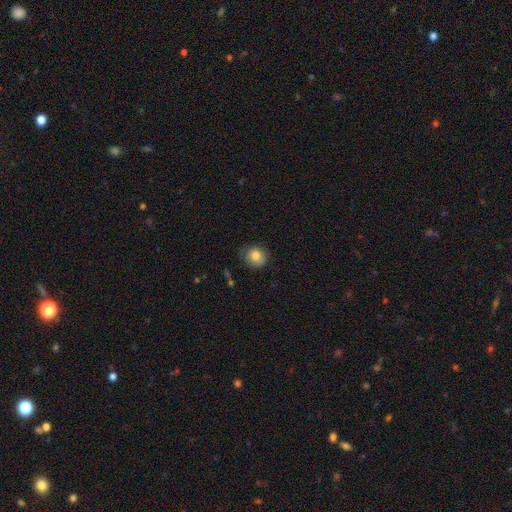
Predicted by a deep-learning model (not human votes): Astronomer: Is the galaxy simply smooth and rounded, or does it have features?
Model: smooth — 83%.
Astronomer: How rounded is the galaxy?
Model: round — 78%.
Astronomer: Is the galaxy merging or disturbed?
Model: none — 71%.